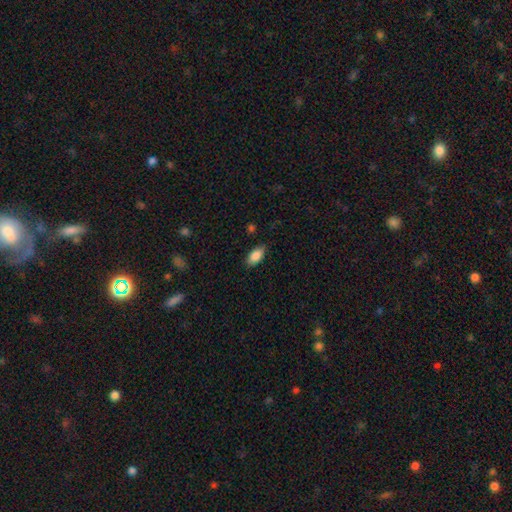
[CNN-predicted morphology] smooth_or_featured: smooth (p=0.87) [alt: star or artifact p=0.07]
how_rounded: in between (p=0.91) [alt: cigar-shaped p=0.05]
merging: none (p=0.83) [alt: minor disturbance p=0.13]